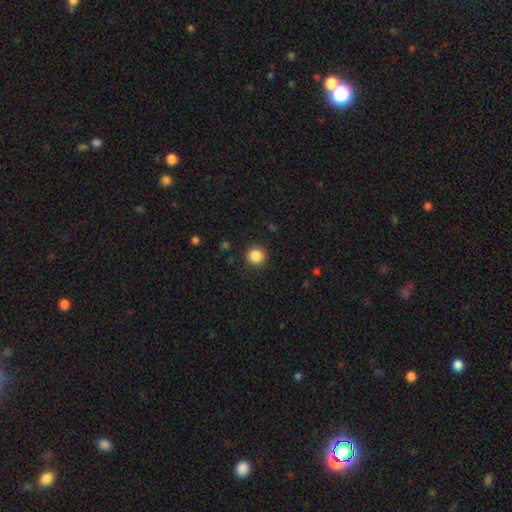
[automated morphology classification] This appears to be a smooth galaxy with no disk features (87%) that is round (93%). Merging: none (91%).